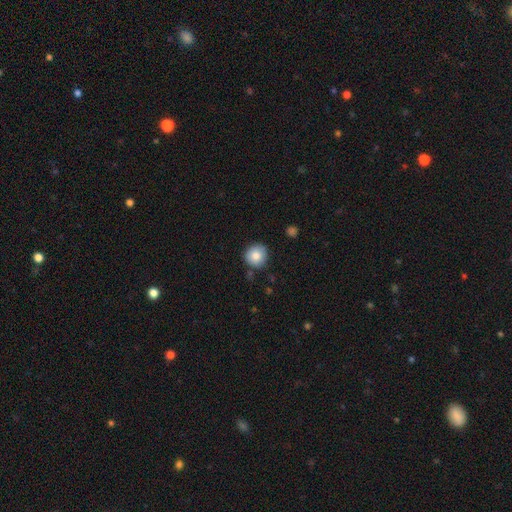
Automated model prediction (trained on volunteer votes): Smooth or featured? smooth (83%)
How rounded? round (92%)
Merging? none (84%)